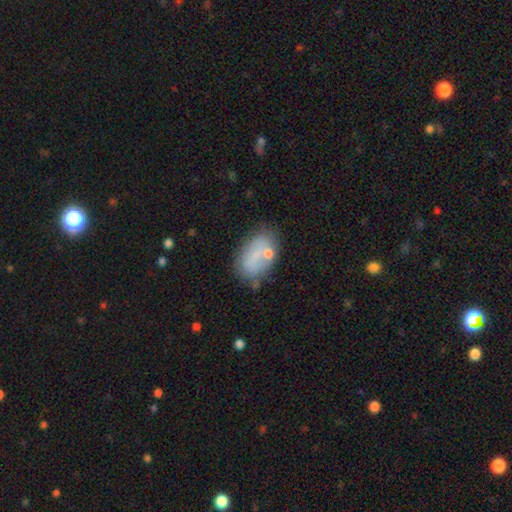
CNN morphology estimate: smooth_or_featured: smooth (p=0.61) [alt: featured or disk p=0.30]
how_rounded: in between (p=0.88) [alt: round p=0.10]
merging: none (p=0.53) [alt: minor disturbance p=0.22]